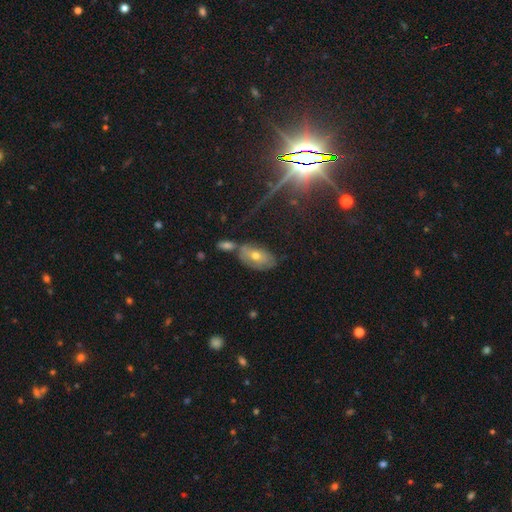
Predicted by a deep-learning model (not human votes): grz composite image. It shows a smooth galaxy with no disk features (44%). Merging: none (56%).